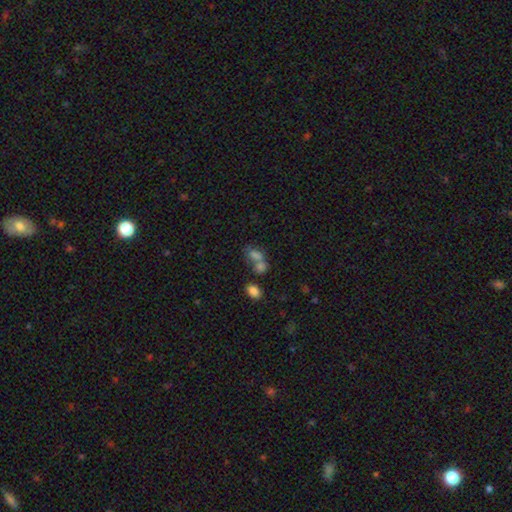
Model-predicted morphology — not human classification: Q: Smooth or featured?
A: smooth (70%); runner-up: star or artifact (15%)
Q: How rounded?
A: in between (76%); runner-up: round (21%)
Q: Merging?
A: merger (54%); runner-up: none (29%)